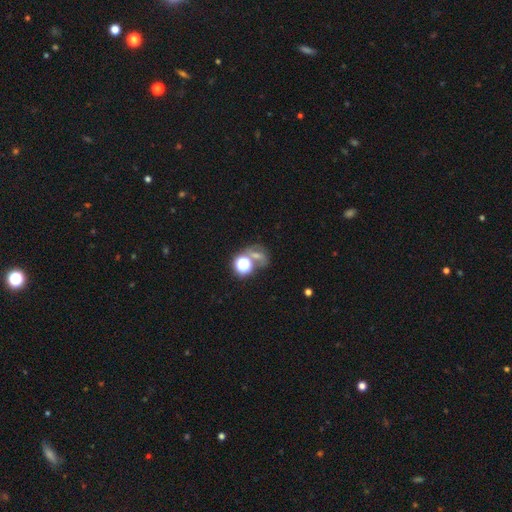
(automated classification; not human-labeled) Smooth or featured? Predicted: star or artifact (p=0.52).